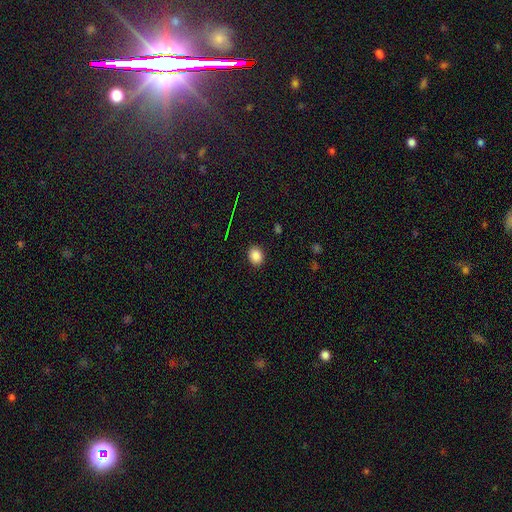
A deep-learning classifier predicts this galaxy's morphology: type=smooth (85%); roundness=round (52%); merging=none (89%).